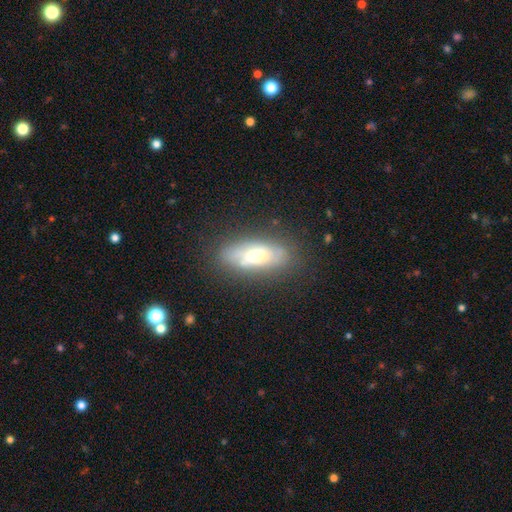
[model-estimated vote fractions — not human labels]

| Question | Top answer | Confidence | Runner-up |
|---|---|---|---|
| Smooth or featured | smooth | 50% | featured or disk (39%) |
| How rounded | in between | 62% | cigar-shaped (35%) |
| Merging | none | 79% | minor disturbance (14%) |